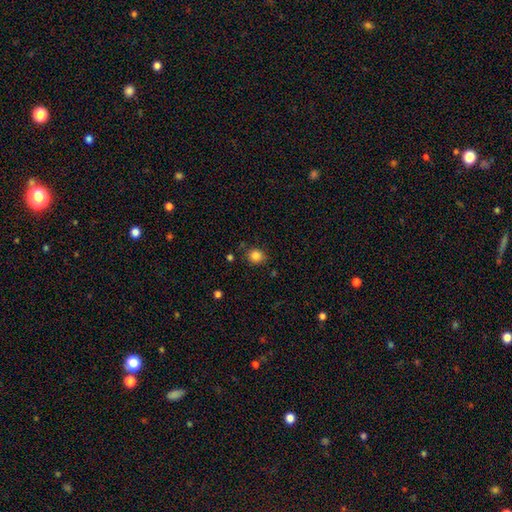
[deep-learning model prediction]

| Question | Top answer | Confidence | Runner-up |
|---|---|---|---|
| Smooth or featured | smooth | 85% | star or artifact (11%) |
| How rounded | round | 81% | in between (18%) |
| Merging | none | 82% | minor disturbance (12%) |